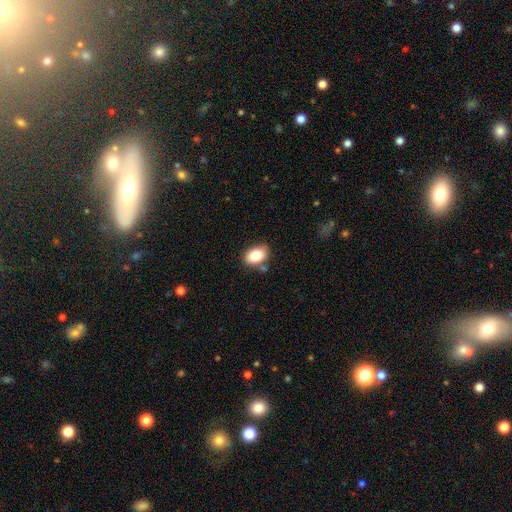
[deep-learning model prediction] smooth-or-featured: smooth: 83% | star or artifact: 8% | featured or disk: 8%
  how-rounded: in between: 80% | round: 18% | cigar-shaped: 1%
  merging: none: 74% | minor disturbance: 16% | merger: 6% | major disturbance: 4%